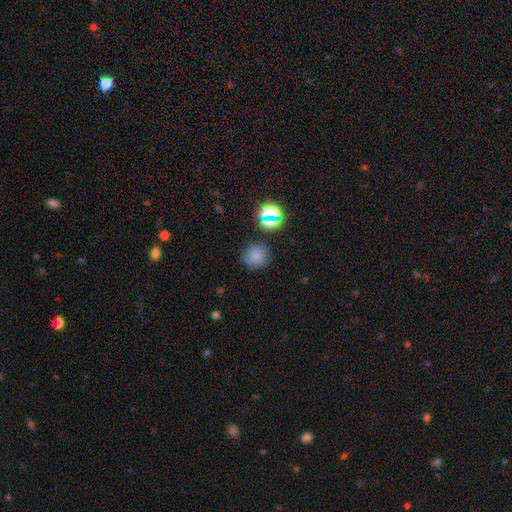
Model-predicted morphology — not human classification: smooth_or_featured: smooth (p=0.75) [alt: star or artifact p=0.19]
how_rounded: round (p=0.90) [alt: in between p=0.09]
merging: none (p=0.83) [alt: minor disturbance p=0.09]